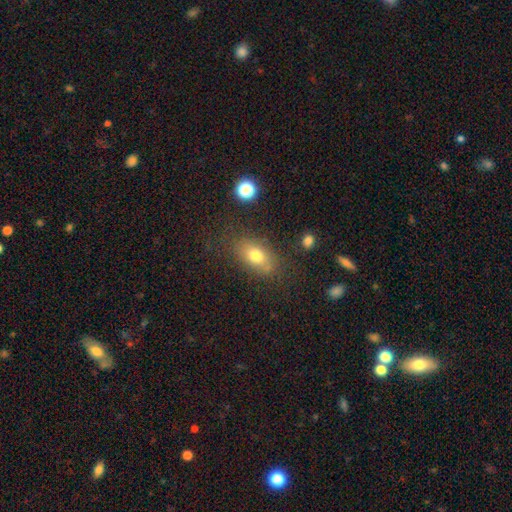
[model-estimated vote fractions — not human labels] smooth-or-featured: smooth: 73% | featured or disk: 16% | star or artifact: 11%
  how-rounded: in between: 83% | round: 14% | cigar-shaped: 4%
  merging: none: 73% | minor disturbance: 16% | major disturbance: 6% | merger: 4%